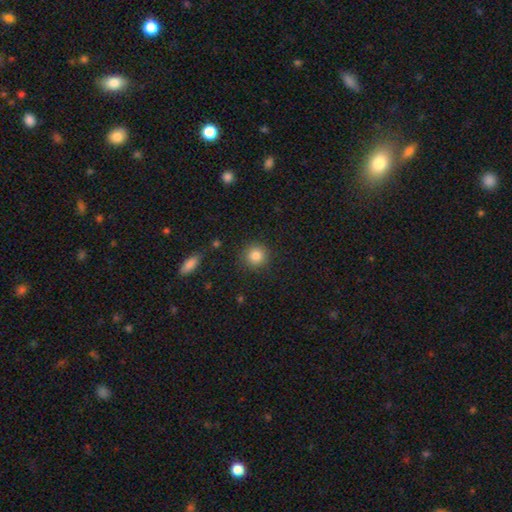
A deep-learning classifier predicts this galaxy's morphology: smooth_or_featured: smooth (p=0.84) [alt: star or artifact p=0.10]
how_rounded: round (p=0.92) [alt: in between p=0.07]
merging: none (p=0.88) [alt: minor disturbance p=0.08]